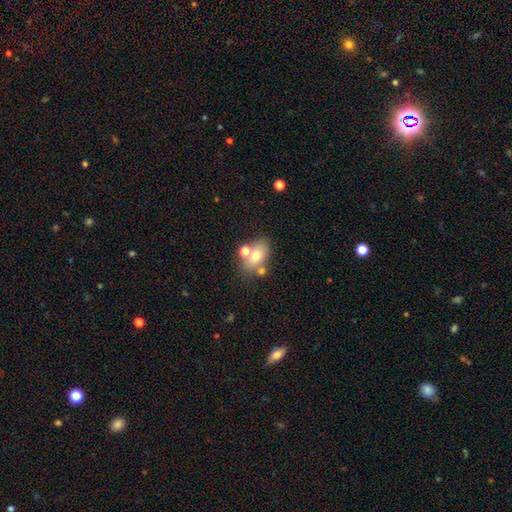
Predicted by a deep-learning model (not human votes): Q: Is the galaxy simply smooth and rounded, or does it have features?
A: smooth — 66%.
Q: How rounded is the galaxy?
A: in between — 75%.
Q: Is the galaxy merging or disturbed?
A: none — 53%.